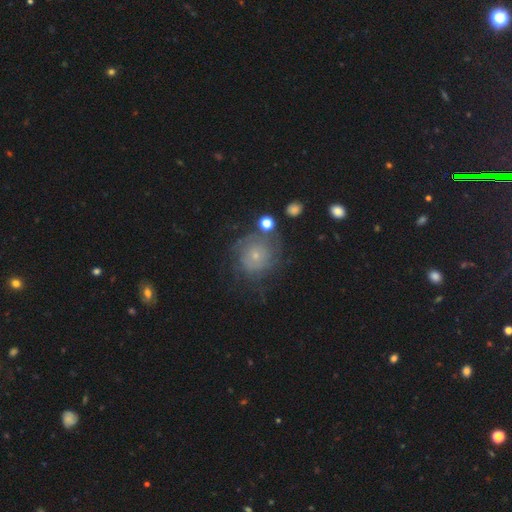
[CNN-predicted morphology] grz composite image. It shows a featured or disk galaxy (52%) with no bar (86%), spiral arms (74%) and a small central bulge (77%). Merging: none (62%).